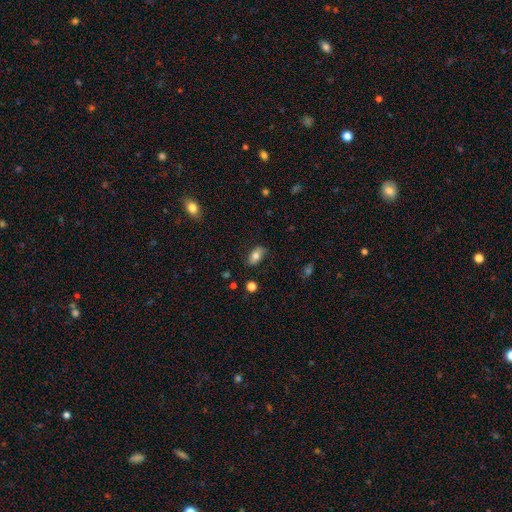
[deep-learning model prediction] Smooth or featured? Predicted: smooth (p=0.74). How rounded? Predicted: in between (p=0.88). Merging? Predicted: none (p=0.78).